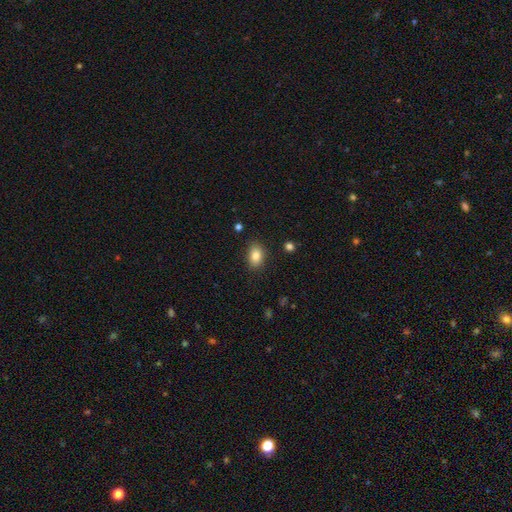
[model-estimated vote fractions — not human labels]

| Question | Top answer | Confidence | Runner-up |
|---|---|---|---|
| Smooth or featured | smooth | 84% | star or artifact (9%) |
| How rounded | in between | 82% | round (16%) |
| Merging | none | 85% | minor disturbance (11%) |